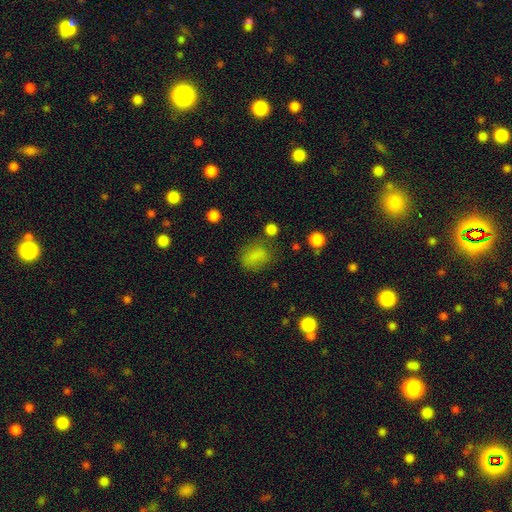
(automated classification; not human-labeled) Q: Smooth or featured?
A: smooth (77%); runner-up: star or artifact (15%)
Q: How rounded?
A: in between (61%); runner-up: round (37%)
Q: Merging?
A: none (63%); runner-up: minor disturbance (21%)